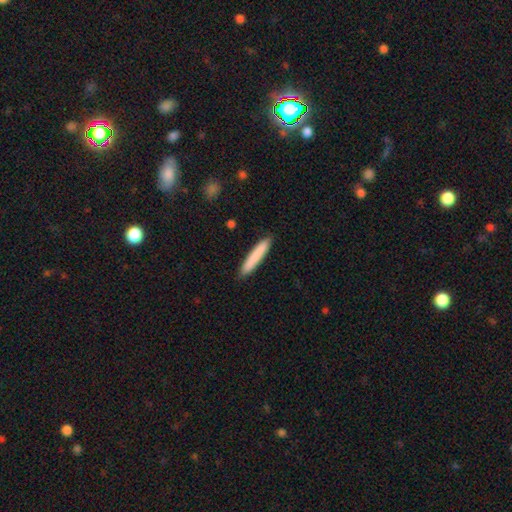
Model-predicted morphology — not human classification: This is clearly a smooth galaxy (82%). How rounded: clearly cigar-shaped (93%). Merging: clearly none (90%).